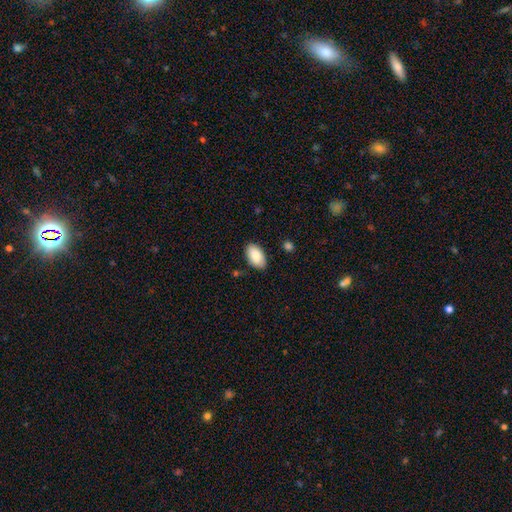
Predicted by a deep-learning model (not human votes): smooth_or_featured: smooth (p=0.87) [alt: featured or disk p=0.07]
how_rounded: in between (p=0.95) [alt: round p=0.03]
merging: none (p=0.85) [alt: minor disturbance p=0.11]